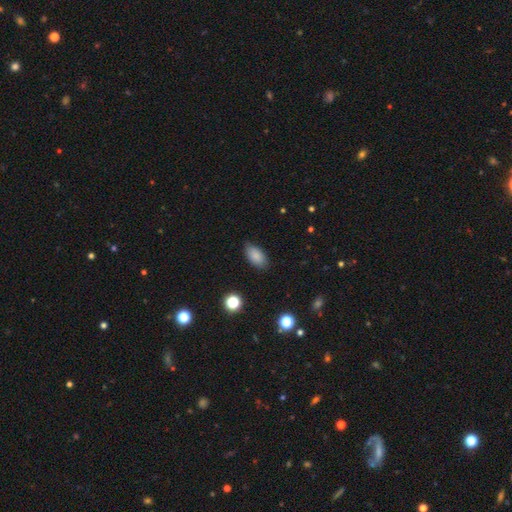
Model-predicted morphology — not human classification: This is clearly a smooth galaxy (86%). How rounded: clearly in between (93%). Merging: clearly none (83%).